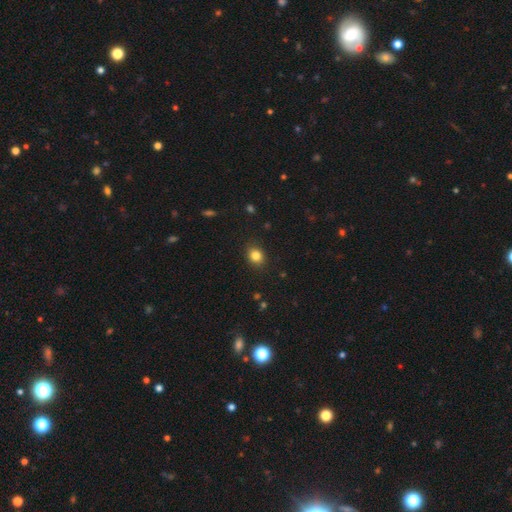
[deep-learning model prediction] Smooth or featured?
  - smooth: 83% *
  - star or artifact: 11%
  - featured or disk: 6%
How rounded?
  - round: 65% *
  - in between: 34%
  - cigar-shaped: 1%
Merging?
  - none: 88% *
  - minor disturbance: 8%
  - major disturbance: 2%
  - merger: 1%